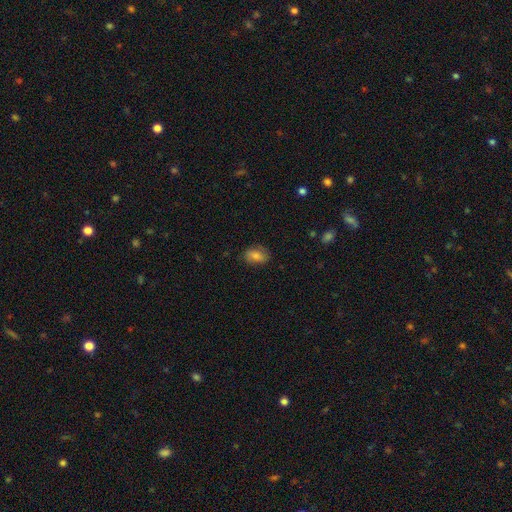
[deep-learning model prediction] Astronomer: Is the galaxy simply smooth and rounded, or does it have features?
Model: smooth — 71%.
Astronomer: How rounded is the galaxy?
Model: in between — 82%.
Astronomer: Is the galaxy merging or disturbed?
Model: none — 78%.